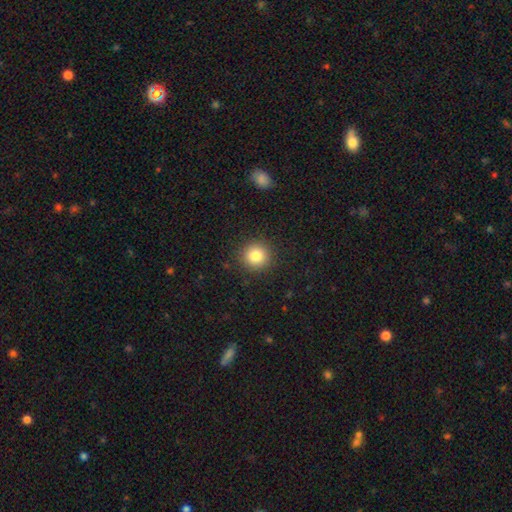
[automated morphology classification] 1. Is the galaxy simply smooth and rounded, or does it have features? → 82% smooth, 11% star or artifact, 7% featured or disk.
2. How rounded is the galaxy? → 94% round, 5% in between, 1% cigar-shaped.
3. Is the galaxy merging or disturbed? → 91% none, 6% minor disturbance, 2% major disturbance, 1% merger.